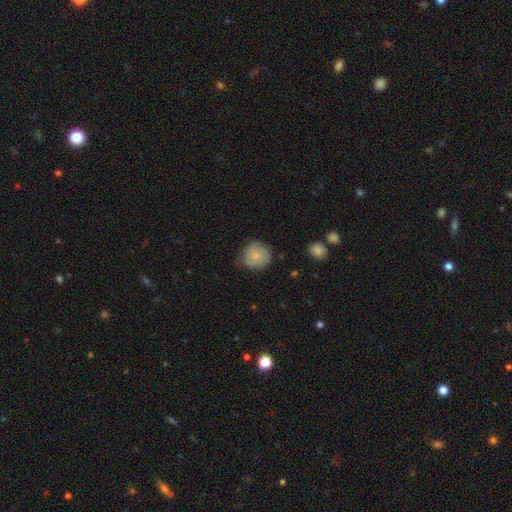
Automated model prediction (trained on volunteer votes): Overall: smooth (72%). How rounded: round (88%). Merging: none (60%; minor disturbance 31%).